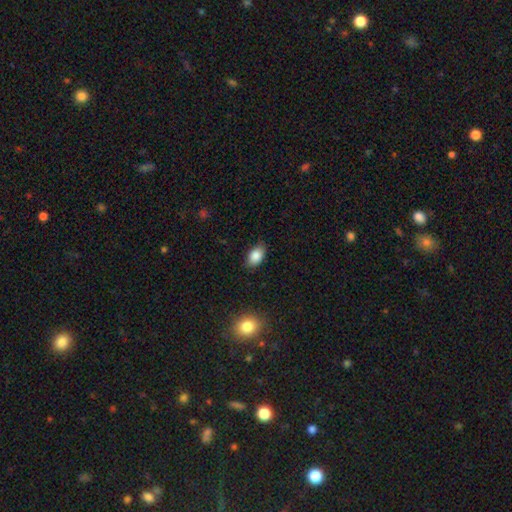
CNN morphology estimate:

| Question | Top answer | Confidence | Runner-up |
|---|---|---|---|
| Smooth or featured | smooth | 86% | star or artifact (8%) |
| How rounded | in between | 89% | round (10%) |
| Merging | none | 80% | minor disturbance (16%) |